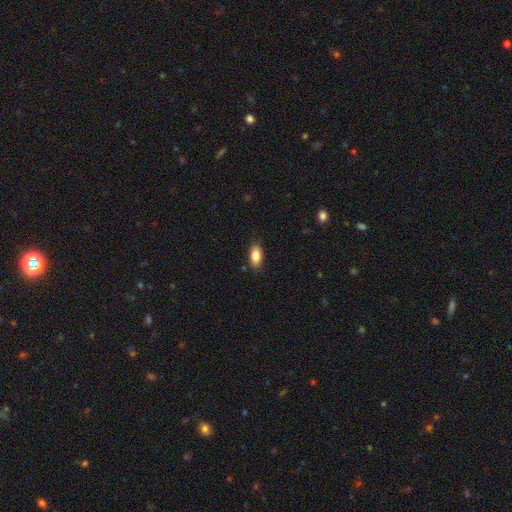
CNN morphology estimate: This is clearly a smooth galaxy (85%). How rounded: clearly in between (91%). Merging: clearly none (87%).